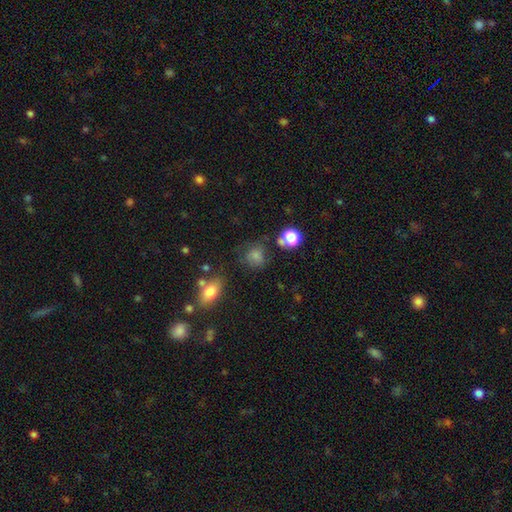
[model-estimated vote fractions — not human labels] smooth_or_featured: smooth (p=0.72) [alt: star or artifact p=0.17]
how_rounded: round (p=0.71) [alt: in between p=0.28]
merging: none (p=0.57) [alt: minor disturbance p=0.23]